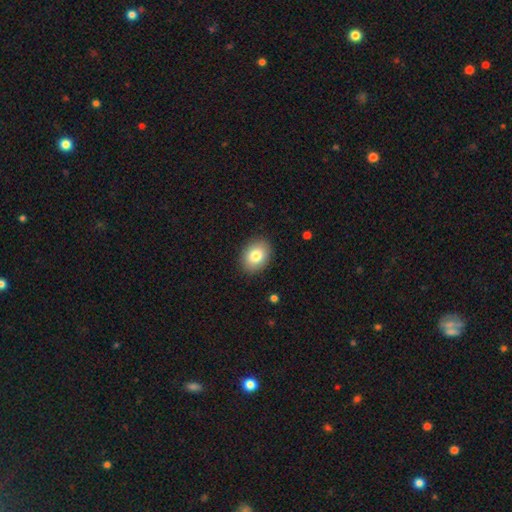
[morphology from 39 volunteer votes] type=smooth (85%); roundness=round (55%); merging=none (86%).